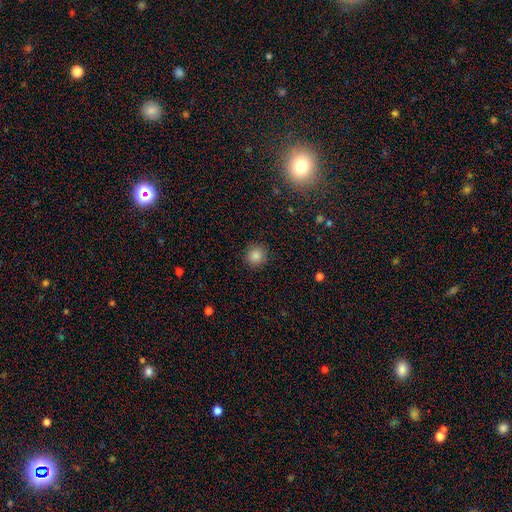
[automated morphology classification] A smooth galaxy with no disk features (85%) that is round (93%).

Vote fractions:
- Smooth or featured? smooth: 85% / star or artifact: 11% / featured or disk: 4%
- How rounded? round: 93% / in between: 6% / cigar-shaped: 1%
- Merging? none: 91% / minor disturbance: 6% / major disturbance: 2% / merger: 1%